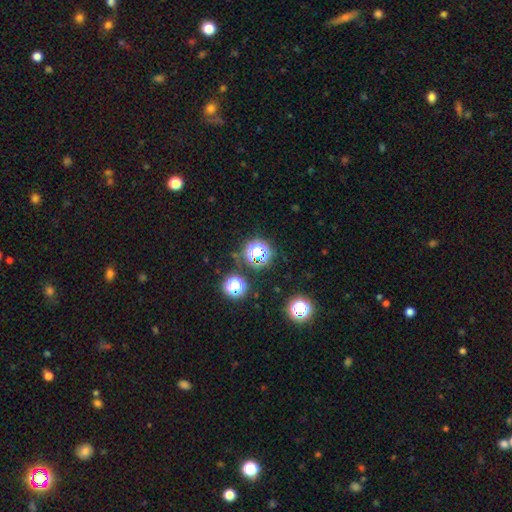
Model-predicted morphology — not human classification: smooth-or-featured: star or artifact: 69% | smooth: 24% | featured or disk: 7%